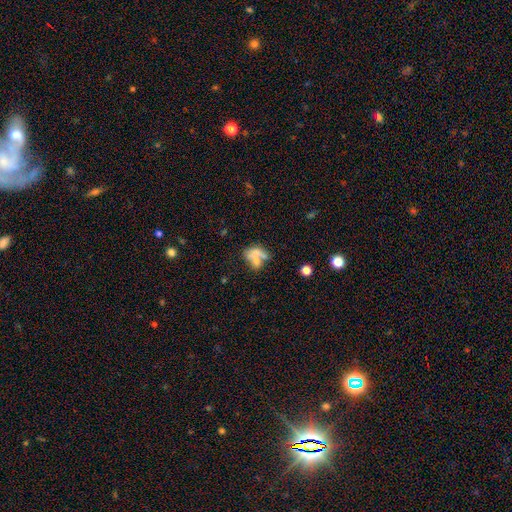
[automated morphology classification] smooth-or-featured: smooth: 59% | featured or disk: 29% | star or artifact: 12%
  how-rounded: in between: 70% | round: 26% | cigar-shaped: 4%
  merging: merger: 55% | none: 23% | major disturbance: 11% | minor disturbance: 11%